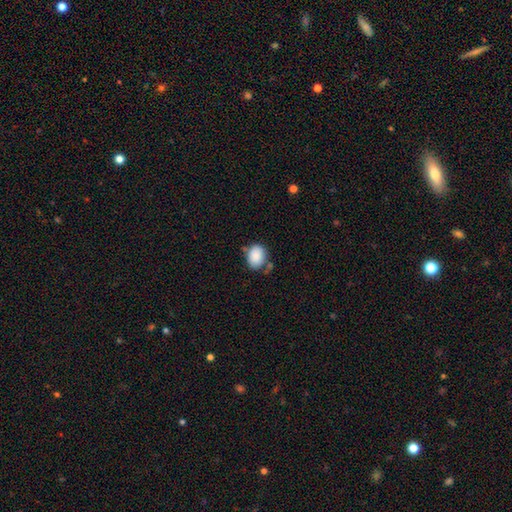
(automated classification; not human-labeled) smooth_or_featured: smooth (p=0.86) [alt: star or artifact p=0.08]
how_rounded: in between (p=0.60) [alt: round p=0.39]
merging: none (p=0.67) [alt: minor disturbance p=0.19]